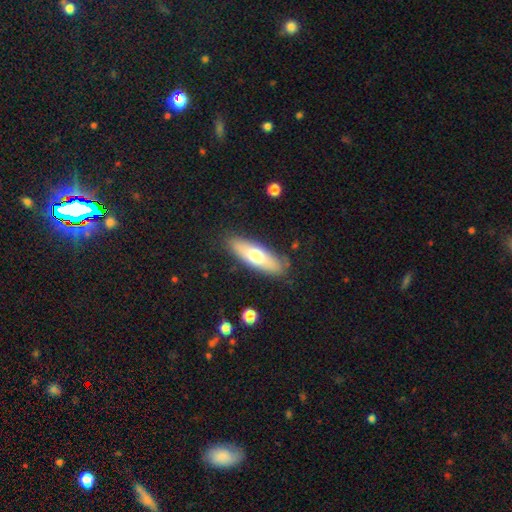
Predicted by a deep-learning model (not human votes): smooth-or-featured: smooth: 62% | featured or disk: 32% | star or artifact: 6%
  how-rounded: in between: 56% | cigar-shaped: 42% | round: 2%
  merging: none: 84% | minor disturbance: 11% | major disturbance: 3% | merger: 1%